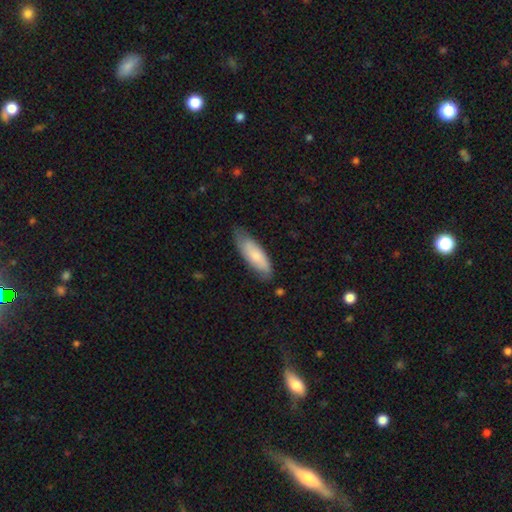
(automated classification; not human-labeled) Morphology: type=smooth (71%); roundness=in between (61%); merging=none (67%).